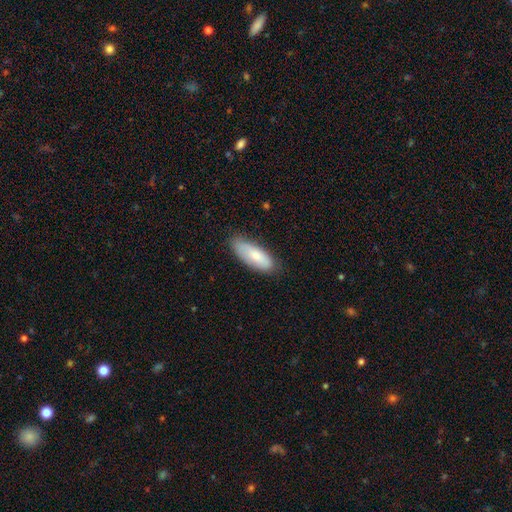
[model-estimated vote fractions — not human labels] Overall: smooth (75%). How rounded: in between (73%). Merging: none (75%).